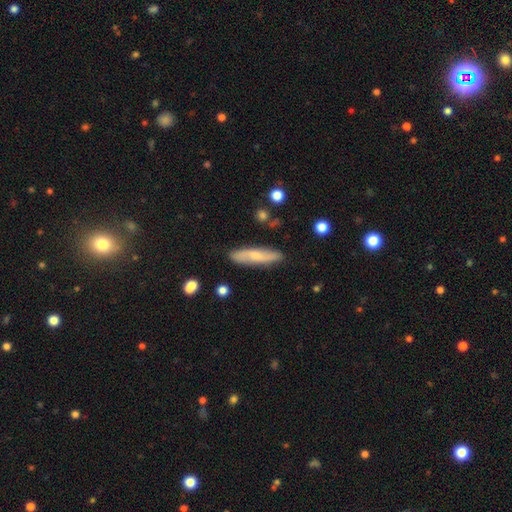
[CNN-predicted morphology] Smooth or featured: smooth — 55% (featured or disk — 38%)
How rounded: cigar-shaped — 74% (in between — 24%)
Merging: none — 84% (minor disturbance — 12%)